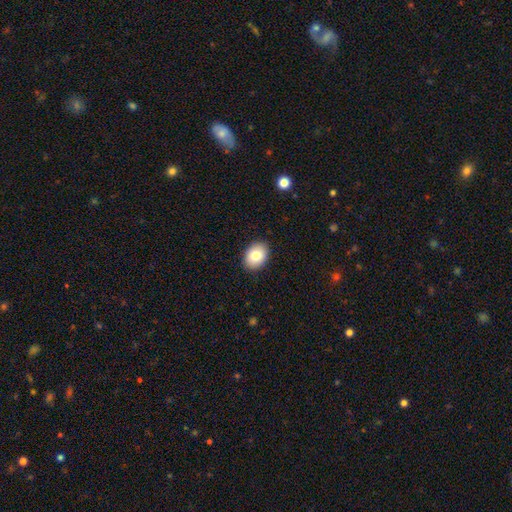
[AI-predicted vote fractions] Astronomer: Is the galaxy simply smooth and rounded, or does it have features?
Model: smooth — 81%.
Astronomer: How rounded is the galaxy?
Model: in between — 72%.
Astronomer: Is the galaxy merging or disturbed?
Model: none — 90%.